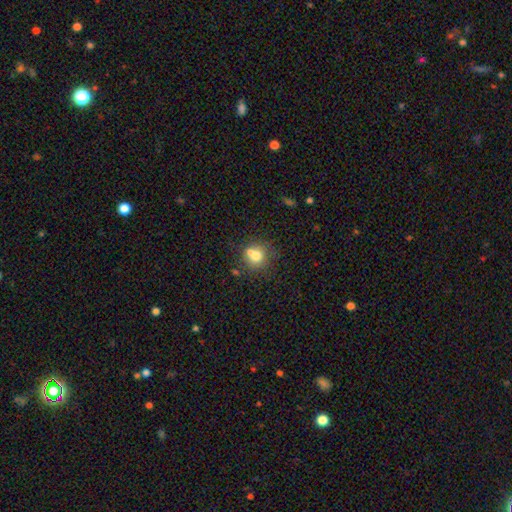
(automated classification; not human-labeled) A smooth galaxy with no disk features (72%) that is round (85%).

Vote fractions:
- Smooth or featured? smooth: 72% / featured or disk: 16% / star or artifact: 12%
- How rounded? round: 85% / in between: 14% / cigar-shaped: 1%
- Merging? none: 51% / merger: 35% / minor disturbance: 11% / major disturbance: 4%